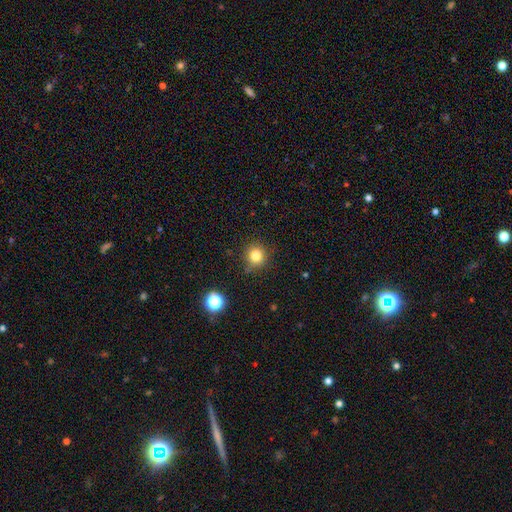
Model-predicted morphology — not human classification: Overall: smooth (81%). How rounded: round (92%). Merging: none (85%).